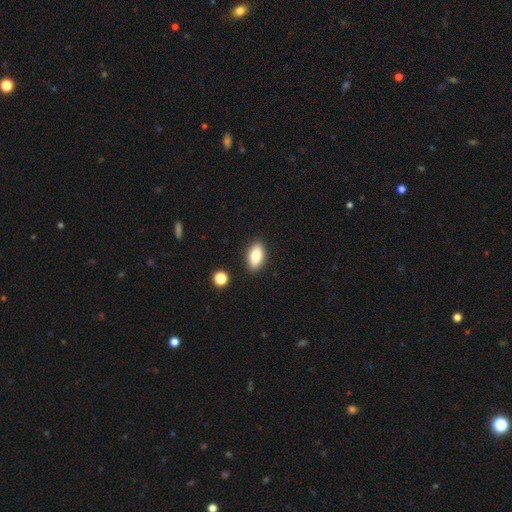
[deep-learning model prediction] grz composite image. It shows a smooth galaxy with no disk features (76%) that is in between round and cigar-shaped (88%). Merging: none (88%).